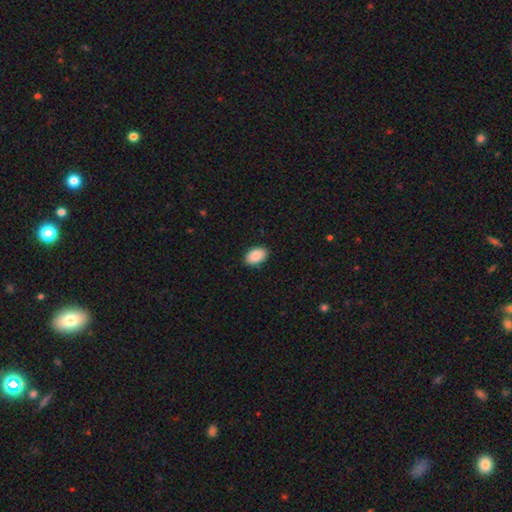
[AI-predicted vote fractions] smooth_or_featured: smooth (p=0.90) [alt: star or artifact p=0.06]
how_rounded: in between (p=0.92) [alt: round p=0.07]
merging: none (p=0.89) [alt: minor disturbance p=0.08]